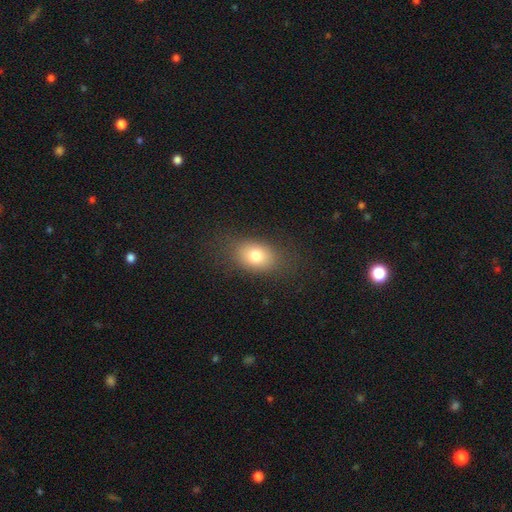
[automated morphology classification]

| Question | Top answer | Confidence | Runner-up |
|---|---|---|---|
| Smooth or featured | smooth | 78% | featured or disk (12%) |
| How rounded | in between | 75% | round (23%) |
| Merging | none | 80% | minor disturbance (13%) |